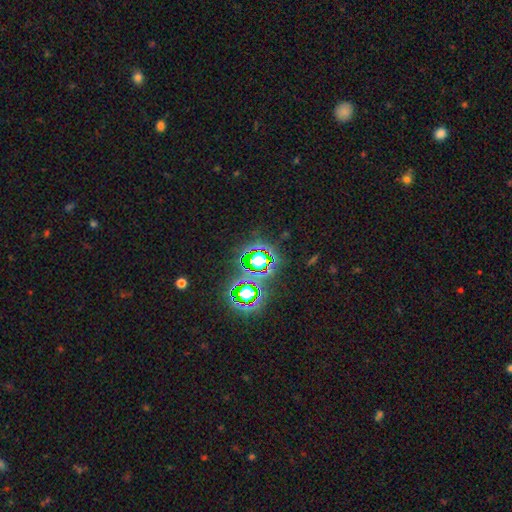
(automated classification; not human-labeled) Smooth or featured?
  - star or artifact: 76% *
  - smooth: 15%
  - featured or disk: 10%